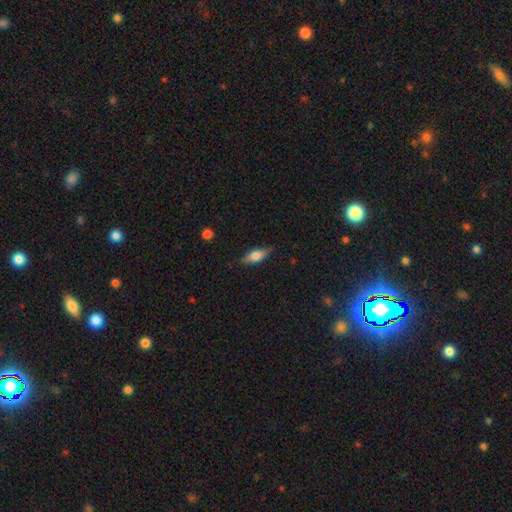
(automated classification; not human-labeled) smooth 58%, featured or disk 36%, star or artifact 7%. Down the decision tree: how rounded — in between (62%); merging — none (83%).